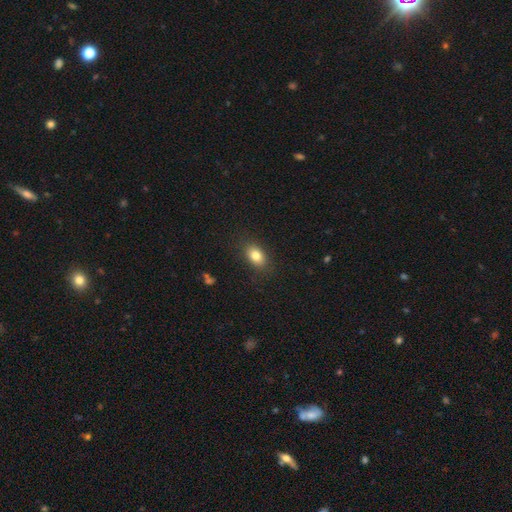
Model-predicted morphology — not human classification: A smooth galaxy with no disk features (81%) that is in between round and cigar-shaped (82%).

Vote fractions:
- Smooth or featured? smooth: 81% / featured or disk: 10% / star or artifact: 9%
- How rounded? in between: 82% / round: 16% / cigar-shaped: 2%
- Merging? none: 86% / minor disturbance: 10% / major disturbance: 3% / merger: 1%